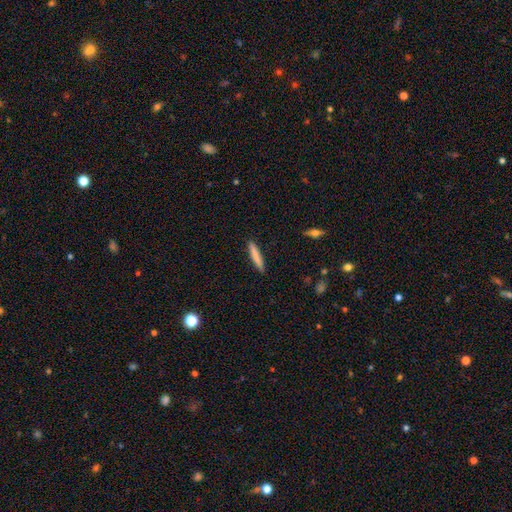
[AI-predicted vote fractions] Overall: smooth (79%). How rounded: cigar-shaped (94%). Merging: none (91%).